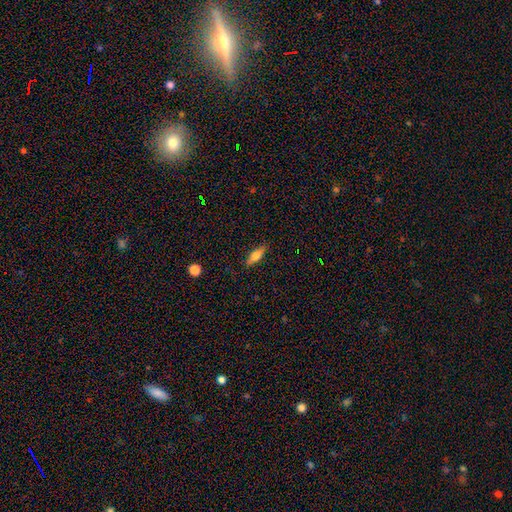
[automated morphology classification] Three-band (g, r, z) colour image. It shows a smooth galaxy with no disk features (67%) that is in between round and cigar-shaped (55%). Merging: none (85%).